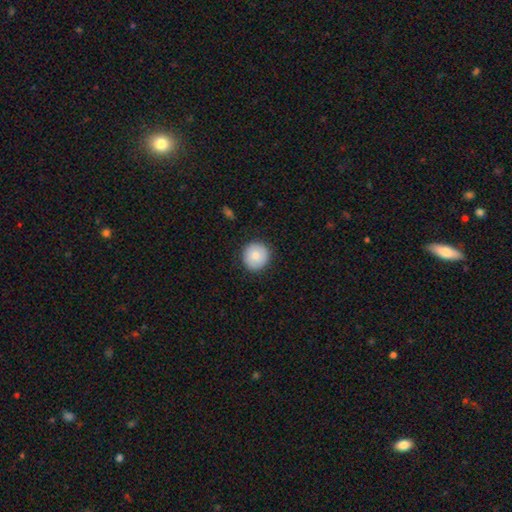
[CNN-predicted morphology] smooth-or-featured: smooth: 79% | featured or disk: 14% | star or artifact: 7%
  how-rounded: round: 93% | in between: 6% | cigar-shaped: 1%
  merging: none: 89% | minor disturbance: 8% | major disturbance: 2% | merger: 1%